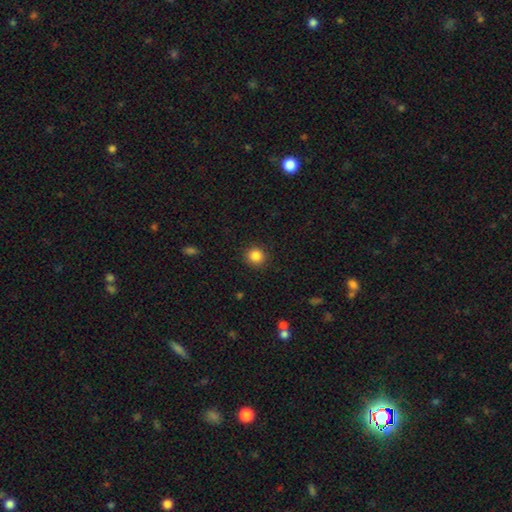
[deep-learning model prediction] A smooth galaxy with no disk features (86%) that is round (90%).

Vote fractions:
- Smooth or featured? smooth: 86% / star or artifact: 10% / featured or disk: 4%
- How rounded? round: 90% / in between: 9% / cigar-shaped: 1%
- Merging? none: 90% / minor disturbance: 7% / major disturbance: 2% / merger: 1%